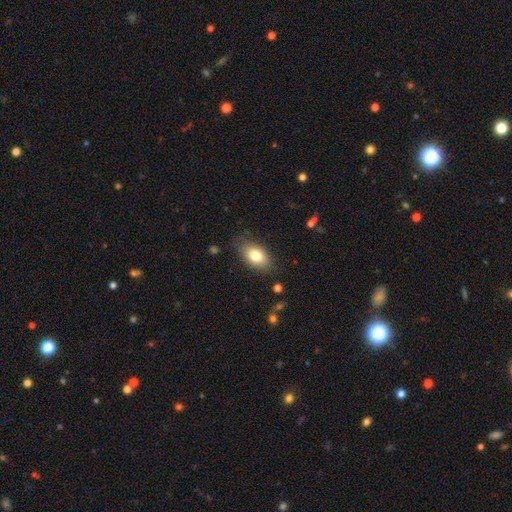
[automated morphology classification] A smooth galaxy with no disk features (80%) that is in between round and cigar-shaped (90%). Merging: none (80%).